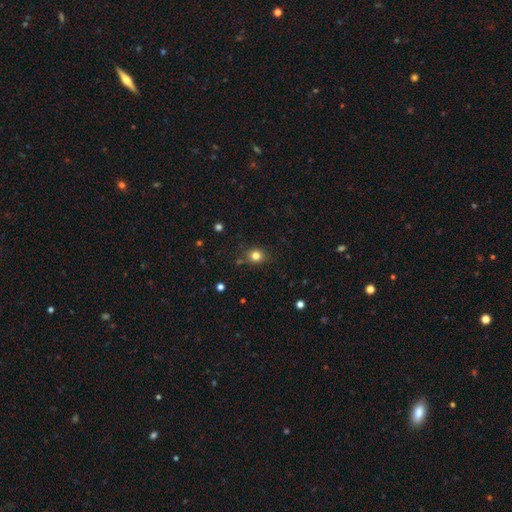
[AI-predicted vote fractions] A smooth galaxy with no disk features (80%) that is round (79%). Merging: none (83%).